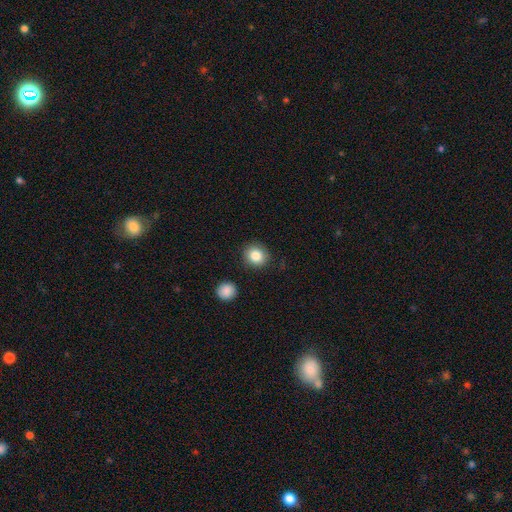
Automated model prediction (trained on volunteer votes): Smooth or featured? Predicted: smooth (p=0.84). How rounded? Predicted: round (p=0.85). Merging? Predicted: none (p=0.86).